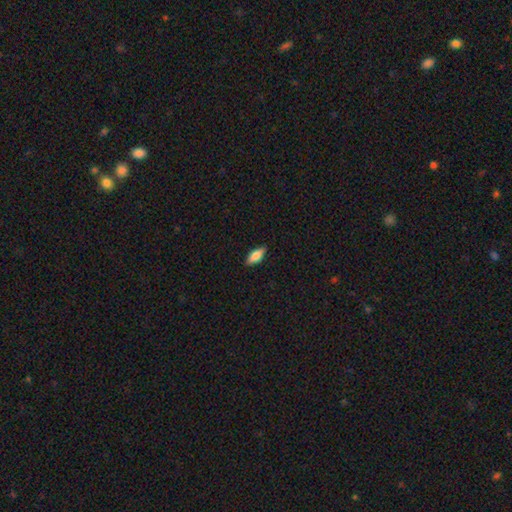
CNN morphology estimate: The model was most divided on "how rounded": in between: 77%, cigar-shaped: 21%, round: 2%. More confident: merging — none (87%); smooth or featured — smooth (78%).